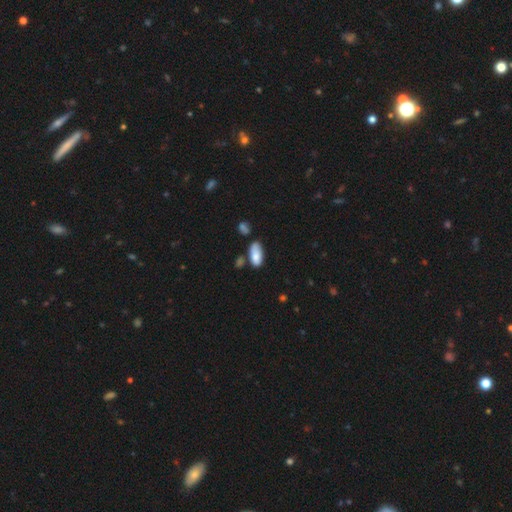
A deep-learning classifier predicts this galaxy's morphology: Smooth or featured?
  - smooth: 81% *
  - featured or disk: 12%
  - star or artifact: 7%
How rounded?
  - in between: 89% *
  - cigar-shaped: 9%
  - round: 2%
Merging?
  - none: 51% *
  - minor disturbance: 29%
  - merger: 12%
  - major disturbance: 7%